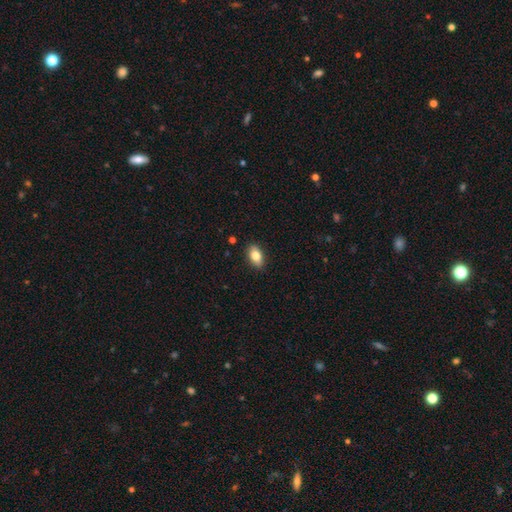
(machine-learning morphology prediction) smooth-or-featured: smooth: 80% | featured or disk: 12% | star or artifact: 7%
  how-rounded: in between: 89% | round: 6% | cigar-shaped: 4%
  merging: none: 88% | minor disturbance: 9% | major disturbance: 2% | merger: 1%